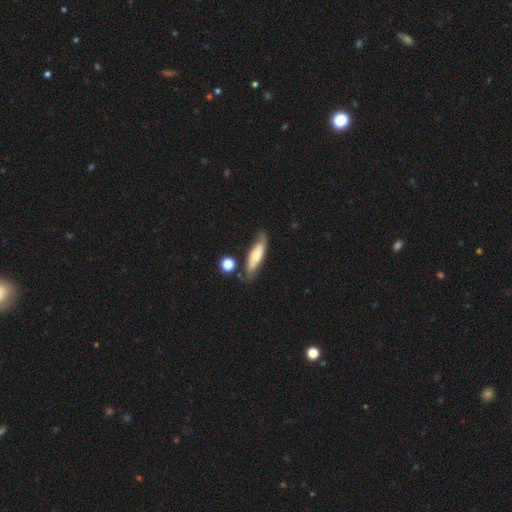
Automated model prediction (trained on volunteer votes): Smooth or featured: smooth — 56% (featured or disk — 37%)
How rounded: cigar-shaped — 64% (in between — 34%)
Merging: none — 70% (minor disturbance — 19%)